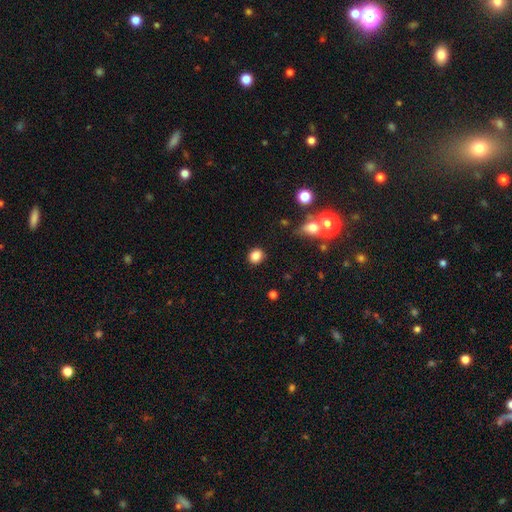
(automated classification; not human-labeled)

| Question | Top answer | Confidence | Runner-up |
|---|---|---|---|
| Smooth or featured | smooth | 84% | star or artifact (11%) |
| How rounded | round | 74% | in between (25%) |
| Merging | none | 88% | minor disturbance (8%) |